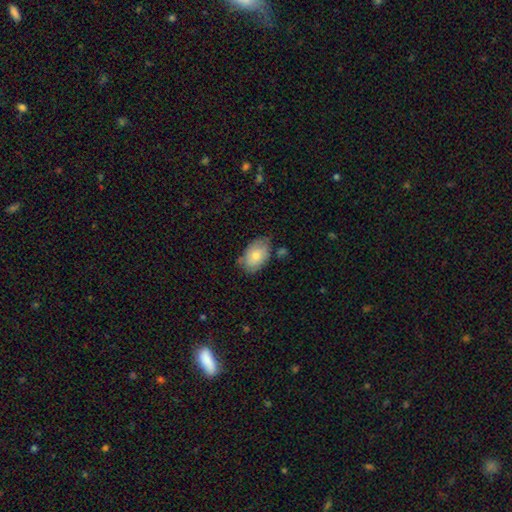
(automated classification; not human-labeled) smooth-or-featured: smooth: 75% | featured or disk: 19% | star or artifact: 6%
  how-rounded: in between: 88% | round: 10% | cigar-shaped: 1%
  merging: none: 61% | minor disturbance: 29% | major disturbance: 6% | merger: 4%